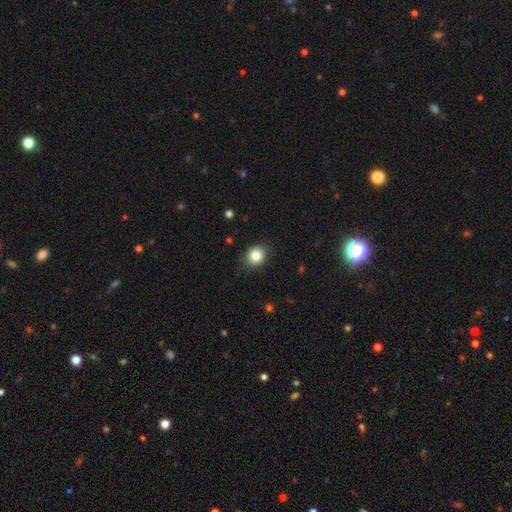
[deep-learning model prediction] Smooth or featured?
  - smooth: 82% *
  - star or artifact: 10%
  - featured or disk: 8%
How rounded?
  - round: 69% *
  - in between: 30%
  - cigar-shaped: 1%
Merging?
  - none: 83% *
  - minor disturbance: 13%
  - major disturbance: 3%
  - merger: 1%